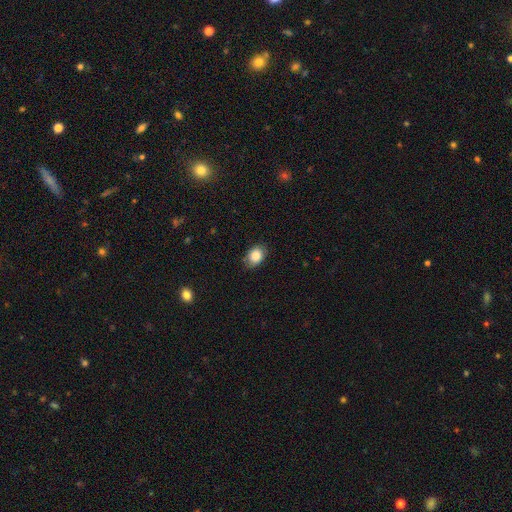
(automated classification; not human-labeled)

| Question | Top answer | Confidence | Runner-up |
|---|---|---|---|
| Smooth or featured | smooth | 86% | star or artifact (8%) |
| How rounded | in between | 72% | round (27%) |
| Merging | none | 77% | minor disturbance (18%) |